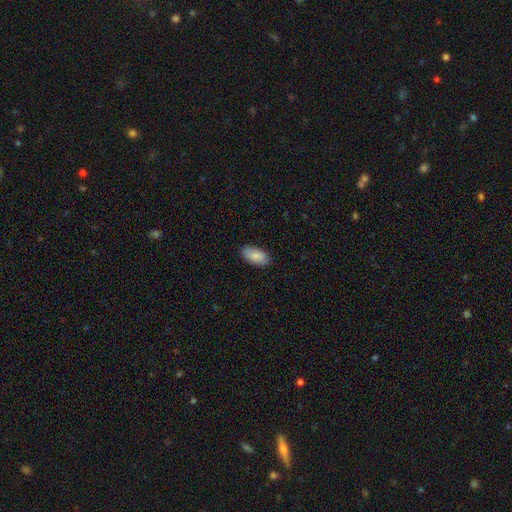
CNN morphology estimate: smooth-or-featured: smooth: 85% | featured or disk: 10% | star or artifact: 6%
  how-rounded: in between: 93% | cigar-shaped: 4% | round: 2%
  merging: none: 85% | minor disturbance: 12% | major disturbance: 2% | merger: 1%